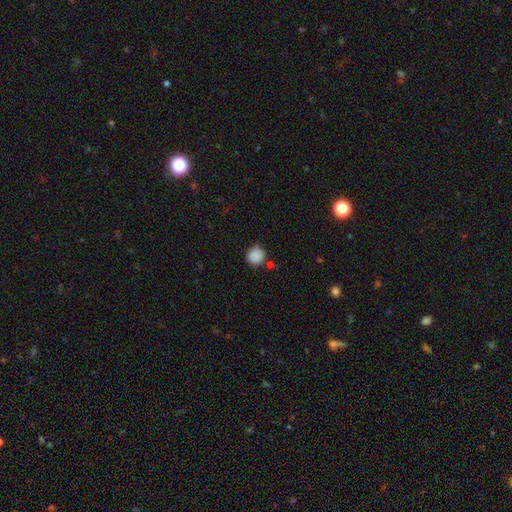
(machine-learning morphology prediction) The model was most divided on "merging": none: 76%, minor disturbance: 14%, merger: 7%, major disturbance: 3%. More confident: how rounded — round (89%); smooth or featured — smooth (88%).